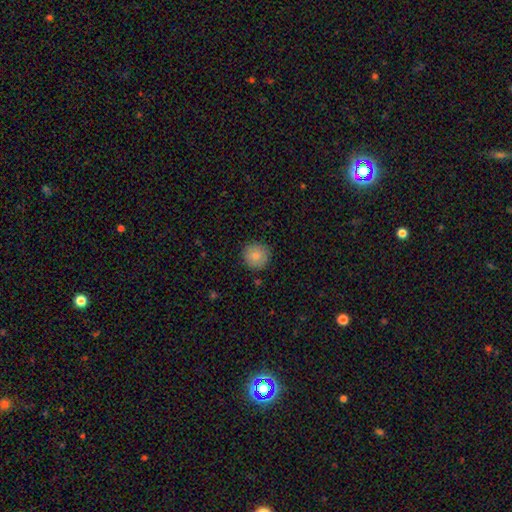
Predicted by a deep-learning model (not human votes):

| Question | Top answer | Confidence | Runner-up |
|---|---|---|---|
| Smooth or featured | smooth | 84% | star or artifact (8%) |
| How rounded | round | 94% | in between (5%) |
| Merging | none | 88% | minor disturbance (9%) |